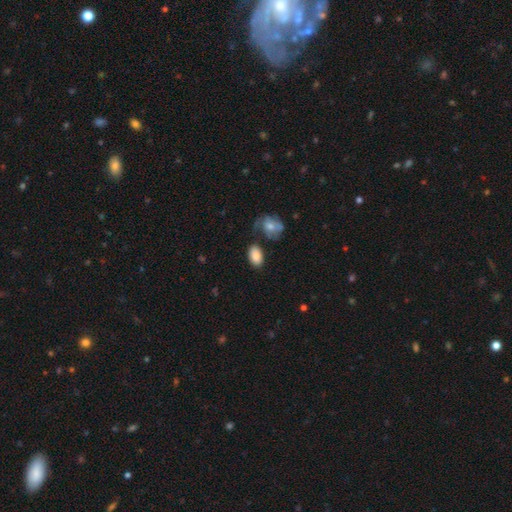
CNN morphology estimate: A smooth galaxy with no disk features (85%) that is in between round and cigar-shaped (91%).

Vote fractions:
- Smooth or featured? smooth: 85% / featured or disk: 8% / star or artifact: 7%
- How rounded? in between: 91% / round: 8% / cigar-shaped: 1%
- Merging? none: 71% / minor disturbance: 16% / merger: 8% / major disturbance: 5%